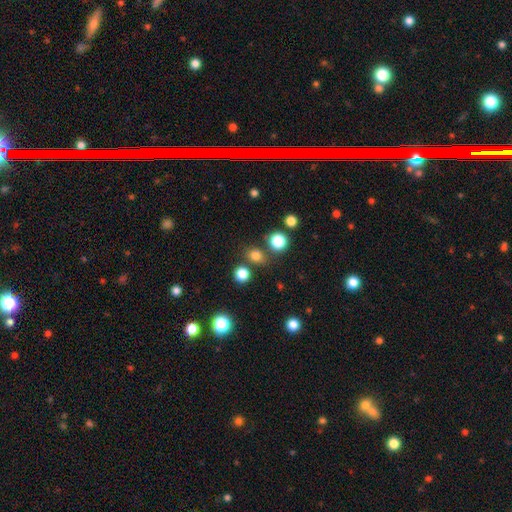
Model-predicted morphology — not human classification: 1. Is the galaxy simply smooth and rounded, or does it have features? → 76% smooth, 18% star or artifact, 6% featured or disk.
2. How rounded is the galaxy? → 81% round, 18% in between, 1% cigar-shaped.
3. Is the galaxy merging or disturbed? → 76% none, 11% merger, 9% minor disturbance, 4% major disturbance.